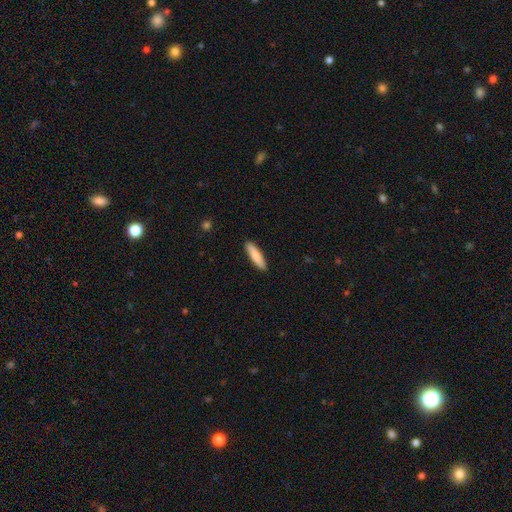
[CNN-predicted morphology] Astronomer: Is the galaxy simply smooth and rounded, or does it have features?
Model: smooth — 80%.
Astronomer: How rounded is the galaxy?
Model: cigar-shaped — 75%.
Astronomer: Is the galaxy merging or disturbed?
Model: none — 91%.